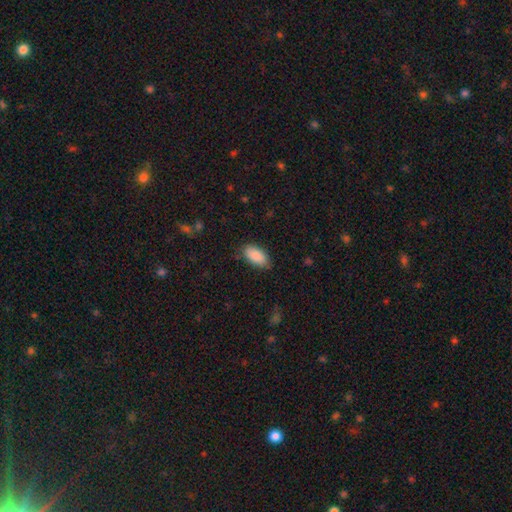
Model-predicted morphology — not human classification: smooth 88%, star or artifact 6%, featured or disk 5%. Down the decision tree: how rounded — in between (94%); merging — none (81%).